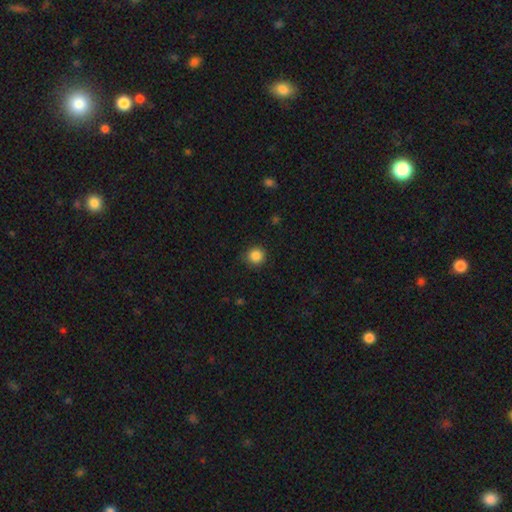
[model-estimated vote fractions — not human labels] Smooth or featured: smooth — 86% (star or artifact — 11%)
How rounded: round — 93% (in between — 6%)
Merging: none — 86% (minor disturbance — 10%)